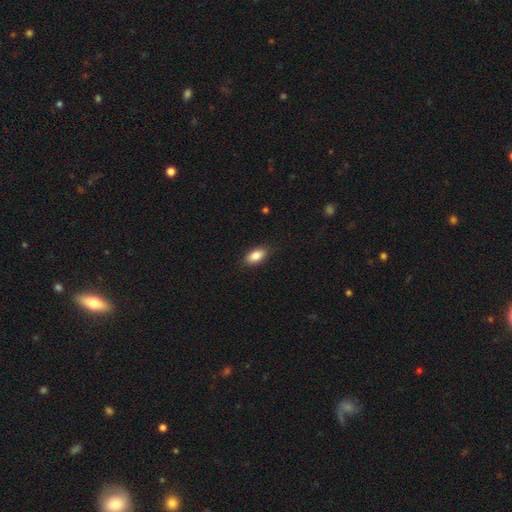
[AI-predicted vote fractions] Smooth or featured: smooth — 86% (featured or disk — 7%)
How rounded: in between — 91% (round — 5%)
Merging: none — 86% (minor disturbance — 10%)